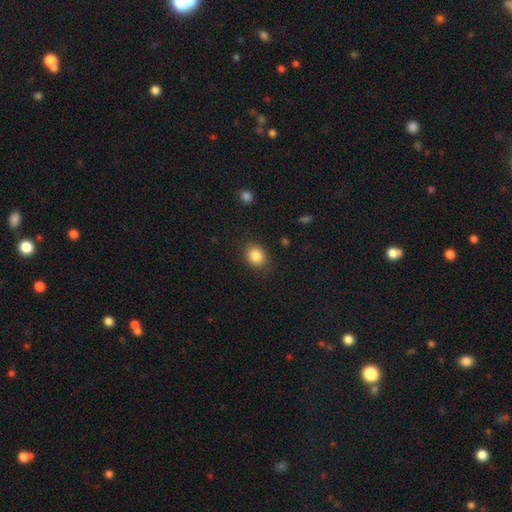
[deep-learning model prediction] A smooth galaxy with no disk features (86%) that is round (54%).

Vote fractions:
- Smooth or featured? smooth: 86% / star or artifact: 9% / featured or disk: 5%
- How rounded? round: 54% / in between: 45% / cigar-shaped: 1%
- Merging? none: 85% / minor disturbance: 11% / major disturbance: 3% / merger: 1%